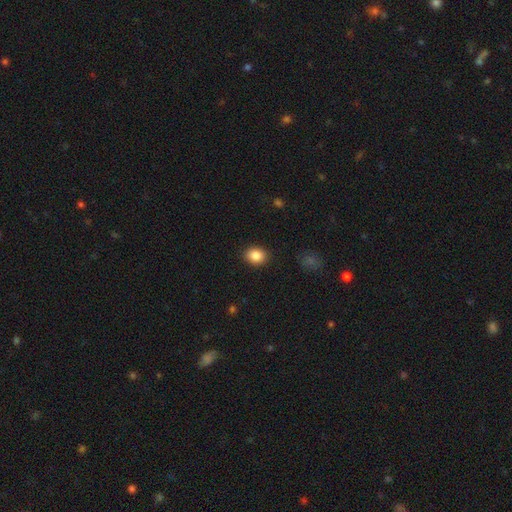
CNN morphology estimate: smooth 87%, star or artifact 9%, featured or disk 5%. Down the decision tree: how rounded — round (50%); merging — none (90%).